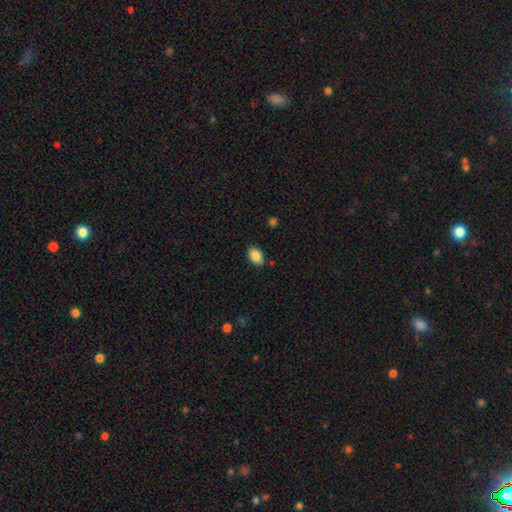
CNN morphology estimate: A smooth galaxy with no disk features (87%) that is in between round and cigar-shaped (84%). Merging: none (86%).